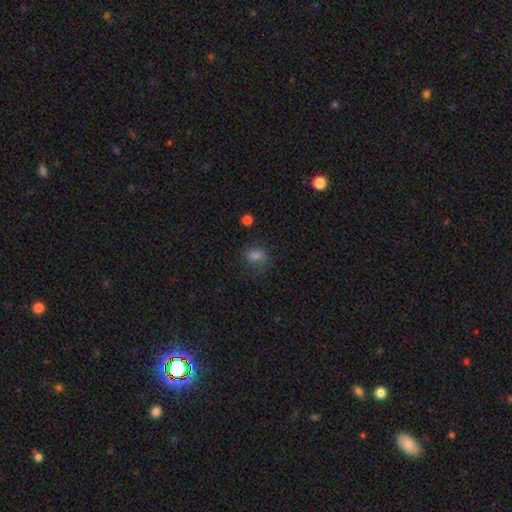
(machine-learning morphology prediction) A smooth galaxy with no disk features (67%) that is in between round and cigar-shaped (52%). Merging: none (61%).